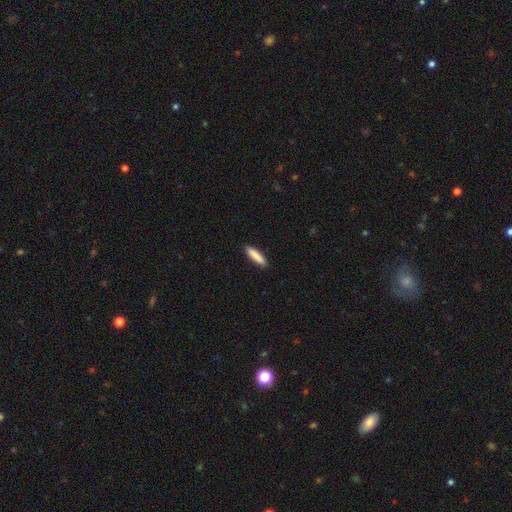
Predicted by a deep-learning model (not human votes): Smooth or featured? smooth (89%)
How rounded? cigar-shaped (71%)
Merging? none (91%)